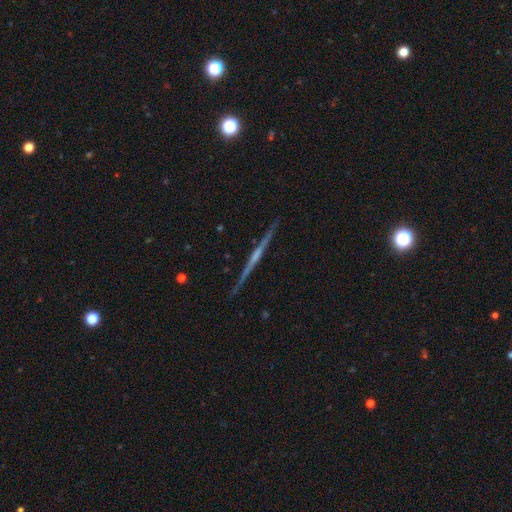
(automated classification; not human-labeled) Smooth or featured? Predicted: featured or disk (p=0.78). Edge-on disk? Predicted: yes (p=0.98). Edge-on bulge? Predicted: rounded (p=0.63). Merging? Predicted: none (p=0.90).